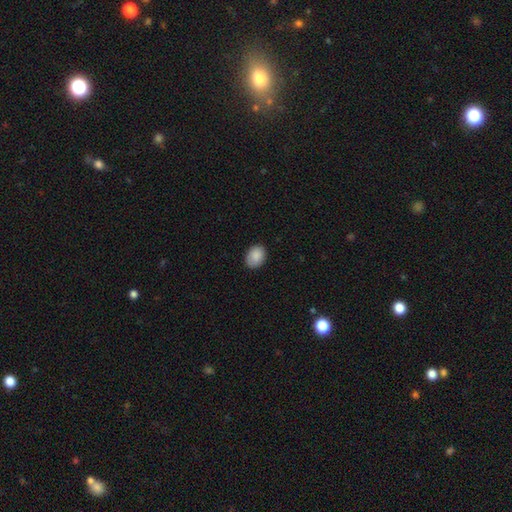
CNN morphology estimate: The model was most divided on "how rounded": in between: 73%, round: 26%, cigar-shaped: 1%. More confident: smooth or featured — smooth (89%); merging — none (84%).